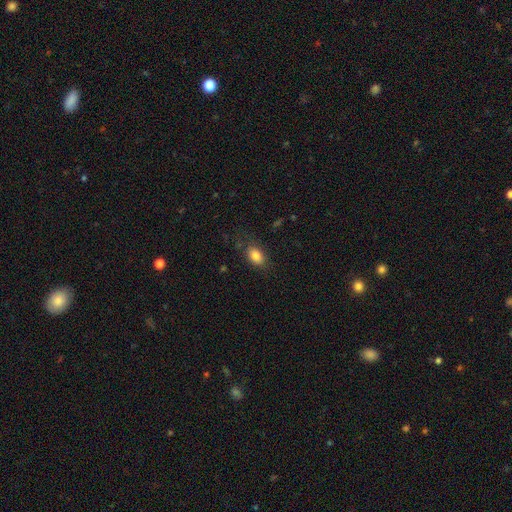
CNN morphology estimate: Q: Smooth or featured?
A: smooth (82%); runner-up: star or artifact (9%)
Q: How rounded?
A: in between (83%); runner-up: round (15%)
Q: Merging?
A: none (76%); runner-up: minor disturbance (16%)